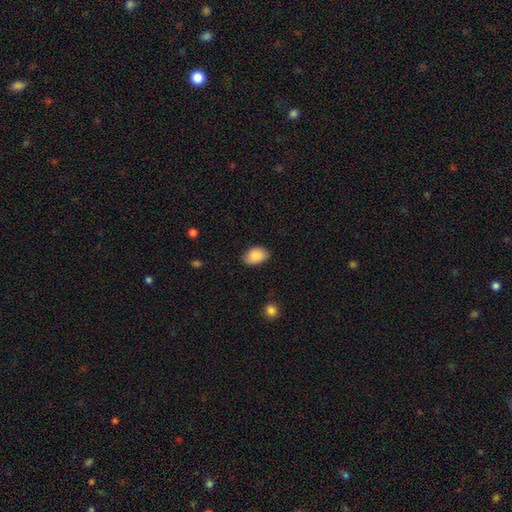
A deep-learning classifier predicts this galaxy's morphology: This is clearly a smooth galaxy (89%). How rounded: clearly in between (87%). Merging: clearly none (82%).